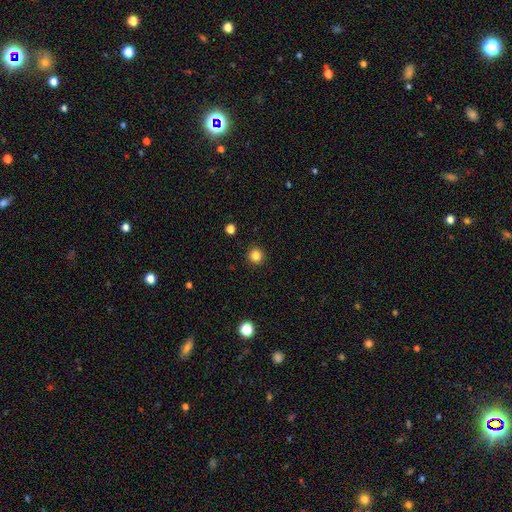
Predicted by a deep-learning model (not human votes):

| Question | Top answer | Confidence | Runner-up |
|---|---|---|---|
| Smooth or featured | smooth | 84% | star or artifact (12%) |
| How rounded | round | 95% | in between (4%) |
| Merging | none | 93% | minor disturbance (4%) |